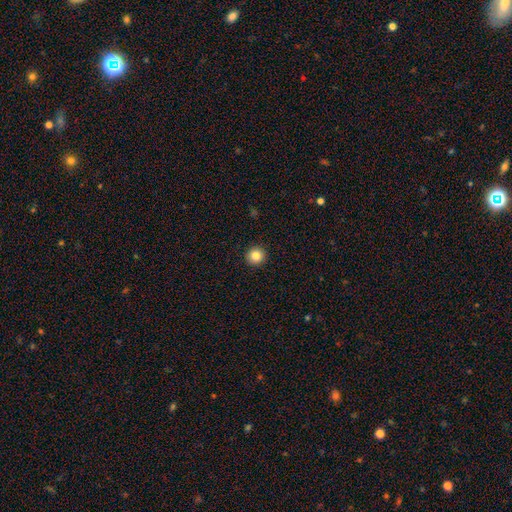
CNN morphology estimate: This appears to be a smooth galaxy with no disk features (84%) that is round (94%). Merging: none (93%).